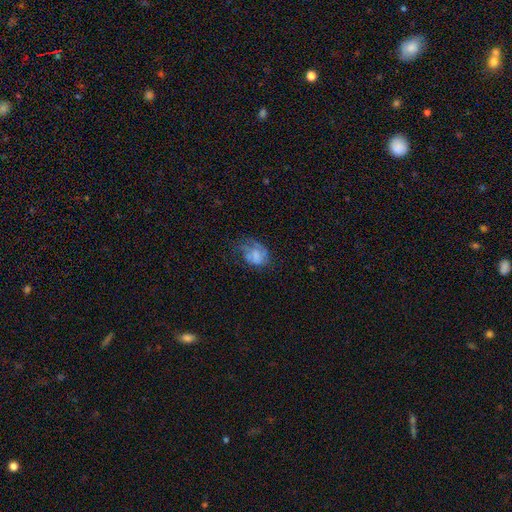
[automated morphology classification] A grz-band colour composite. It shows a smooth galaxy with no disk features (47%). Merging: major disturbance (38%).